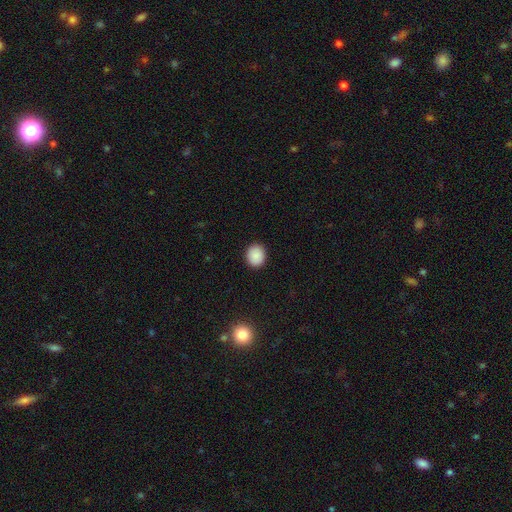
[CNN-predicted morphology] Q: Smooth or featured?
A: smooth (88%); runner-up: star or artifact (8%)
Q: How rounded?
A: round (68%); runner-up: in between (31%)
Q: Merging?
A: none (91%); runner-up: minor disturbance (7%)